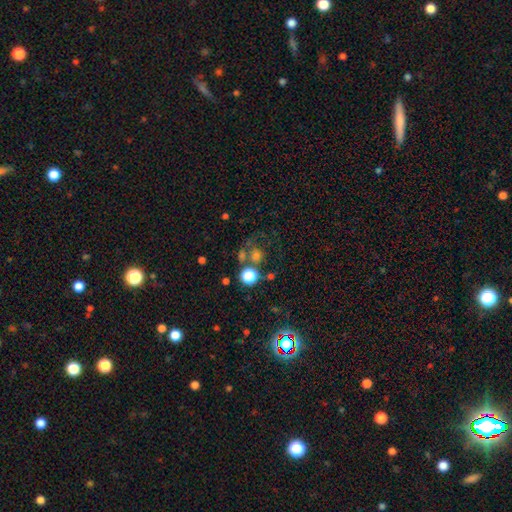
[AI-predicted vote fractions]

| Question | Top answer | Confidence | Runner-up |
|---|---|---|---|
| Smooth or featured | smooth | 47% | star or artifact (38%) |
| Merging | none | 55% | merger (22%) |